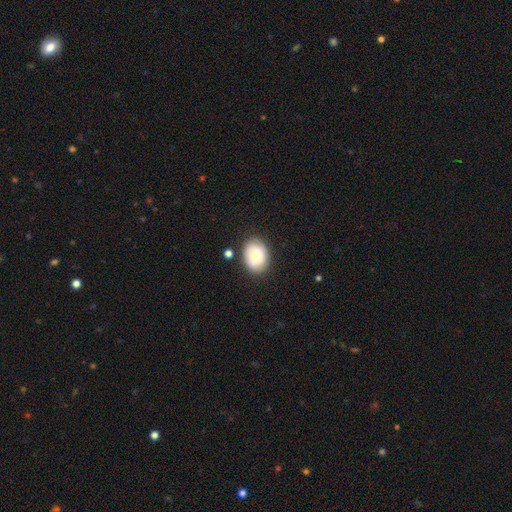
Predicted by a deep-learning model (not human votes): The model was most divided on "how rounded": in between: 65%, round: 34%, cigar-shaped: 1%. More confident: smooth or featured — smooth (81%); merging — none (79%).